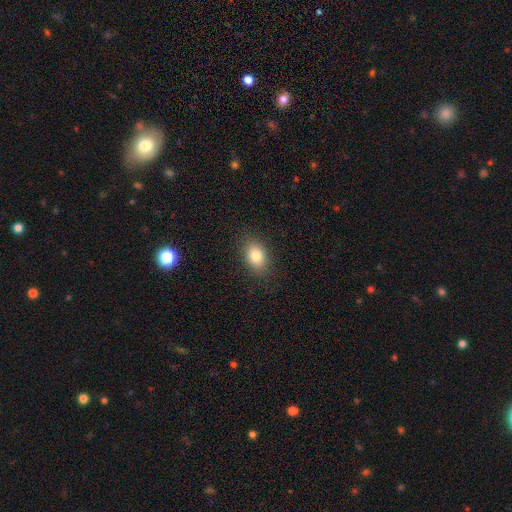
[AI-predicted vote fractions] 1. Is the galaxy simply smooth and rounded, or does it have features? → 82% smooth, 10% star or artifact, 9% featured or disk.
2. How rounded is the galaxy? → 75% in between, 24% round, 1% cigar-shaped.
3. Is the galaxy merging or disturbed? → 86% none, 10% minor disturbance, 3% major disturbance, 1% merger.